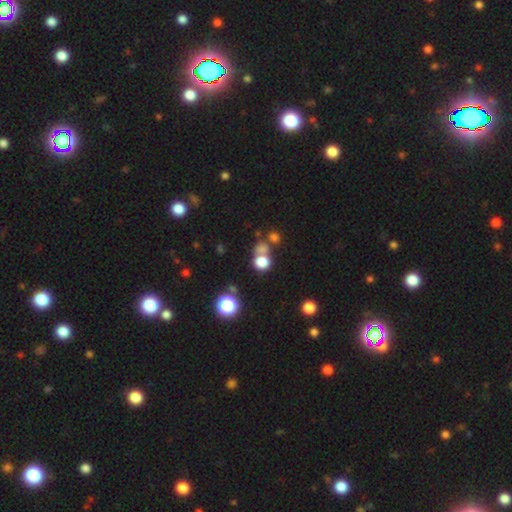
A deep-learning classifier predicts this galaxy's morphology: smooth-or-featured: star or artifact: 47% | smooth: 42% | featured or disk: 11%